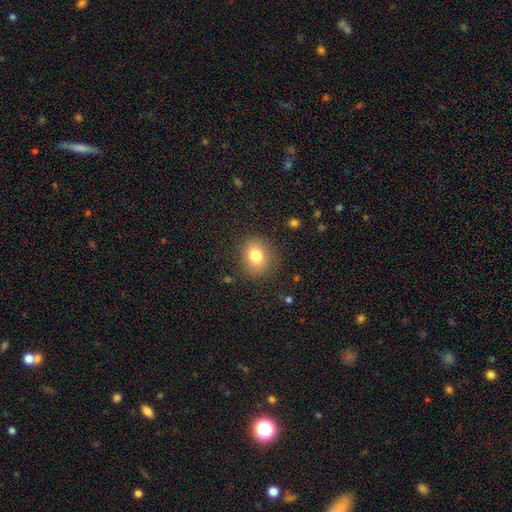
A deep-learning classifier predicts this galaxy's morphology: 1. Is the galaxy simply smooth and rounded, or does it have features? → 79% smooth, 11% star or artifact, 10% featured or disk.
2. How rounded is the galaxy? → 58% round, 41% in between, 1% cigar-shaped.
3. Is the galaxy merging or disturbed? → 85% none, 10% minor disturbance, 4% major disturbance, 1% merger.